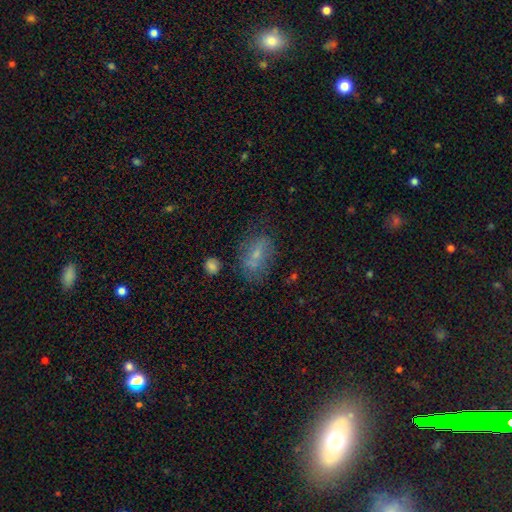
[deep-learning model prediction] Smooth or featured? smooth (52%)
How rounded? in between (82%)
Merging? none (59%)